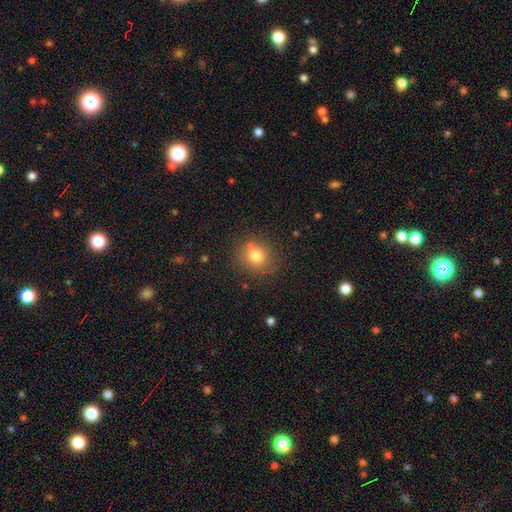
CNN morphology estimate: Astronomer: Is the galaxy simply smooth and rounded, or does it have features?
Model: smooth — 76%.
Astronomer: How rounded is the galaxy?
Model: round — 84%.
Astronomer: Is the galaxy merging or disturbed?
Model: none — 79%.